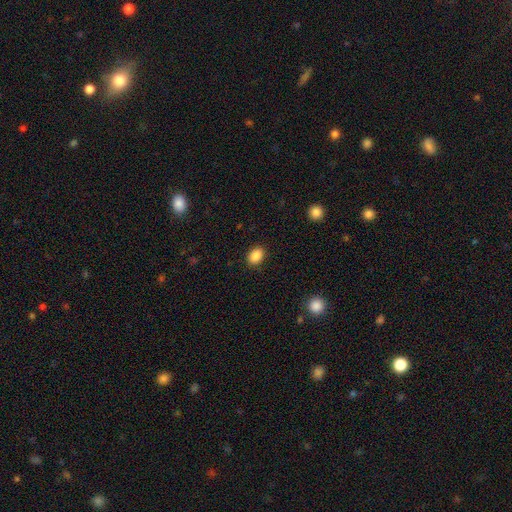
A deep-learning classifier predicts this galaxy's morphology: Smooth or featured: smooth — 88% (star or artifact — 9%)
How rounded: in between — 73% (round — 26%)
Merging: none — 89% (minor disturbance — 8%)